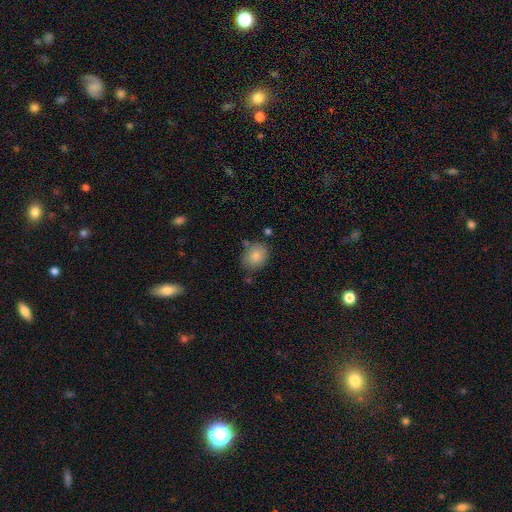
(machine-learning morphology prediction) Smooth or featured? smooth (84%)
How rounded? round (52%)
Merging? none (75%)